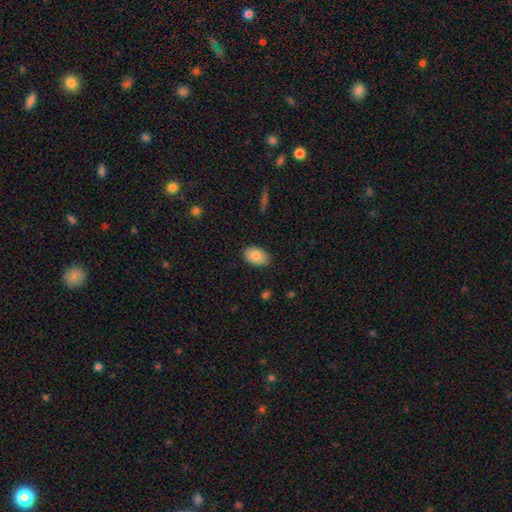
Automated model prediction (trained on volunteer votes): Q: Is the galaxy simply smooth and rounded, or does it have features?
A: smooth — 84%.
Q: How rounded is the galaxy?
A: in between — 87%.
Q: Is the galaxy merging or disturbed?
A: none — 85%.